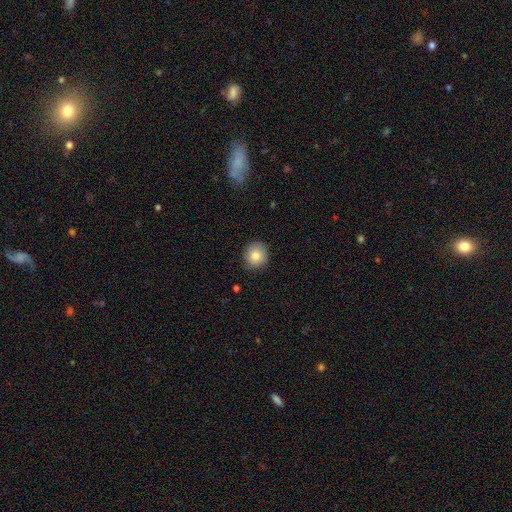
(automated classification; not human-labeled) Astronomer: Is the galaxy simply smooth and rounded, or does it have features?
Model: smooth — 84%.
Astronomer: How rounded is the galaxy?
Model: round — 83%.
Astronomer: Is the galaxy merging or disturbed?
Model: none — 83%.